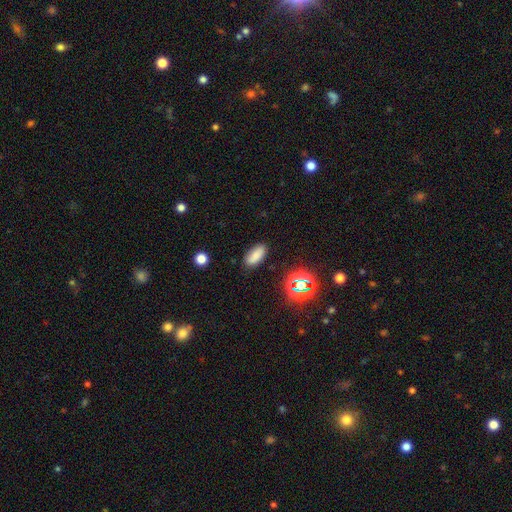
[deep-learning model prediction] Smooth or featured: smooth — 81% (star or artifact — 13%)
How rounded: in between — 85% (cigar-shaped — 12%)
Merging: none — 85% (minor disturbance — 11%)